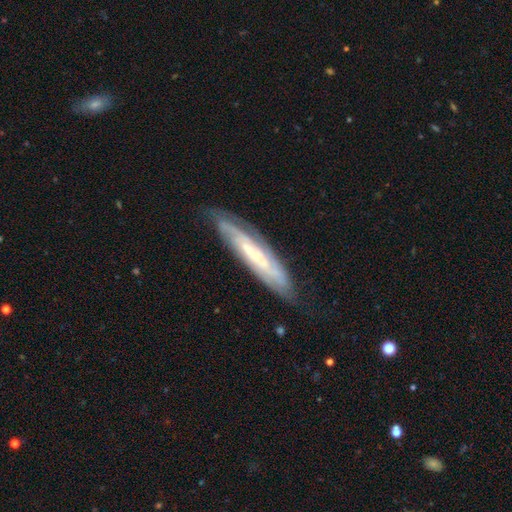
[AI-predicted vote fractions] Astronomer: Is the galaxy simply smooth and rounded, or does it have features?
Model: featured or disk — 73%.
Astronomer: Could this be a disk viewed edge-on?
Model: no — 59% (runner-up: yes, 41%).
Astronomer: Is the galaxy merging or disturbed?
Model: none — 76%.